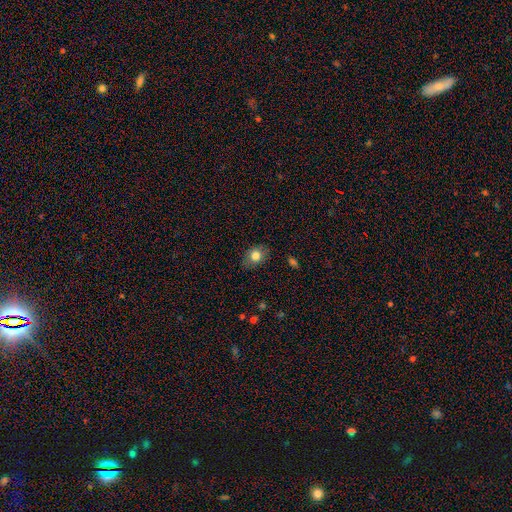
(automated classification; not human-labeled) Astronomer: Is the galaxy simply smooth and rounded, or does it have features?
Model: smooth — 80%.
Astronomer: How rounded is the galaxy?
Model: in between — 60% (runner-up: round, 38%).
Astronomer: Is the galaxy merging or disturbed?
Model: none — 82%.